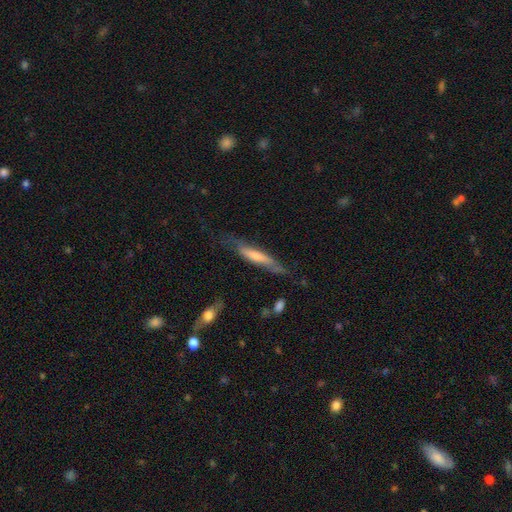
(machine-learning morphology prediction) Smooth or featured?
  - smooth: 48% *
  - featured or disk: 46%
  - star or artifact: 6%
Merging?
  - none: 60% *
  - minor disturbance: 27%
  - major disturbance: 11%
  - merger: 3%